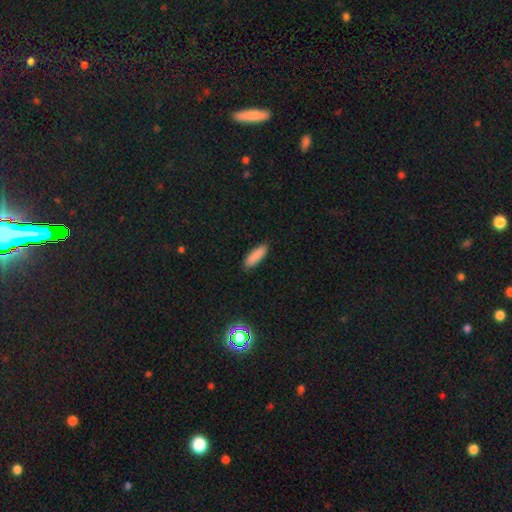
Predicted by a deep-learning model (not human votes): Smooth or featured: smooth — 89% (star or artifact — 7%)
How rounded: in between — 50% (cigar-shaped — 49%)
Merging: none — 88% (minor disturbance — 9%)